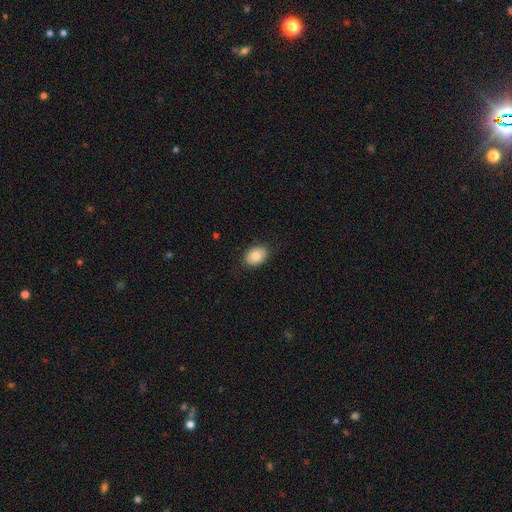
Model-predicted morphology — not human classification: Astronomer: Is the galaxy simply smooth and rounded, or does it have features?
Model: smooth — 83%.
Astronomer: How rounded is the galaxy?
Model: in between — 80%.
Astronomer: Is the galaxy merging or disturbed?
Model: none — 86%.